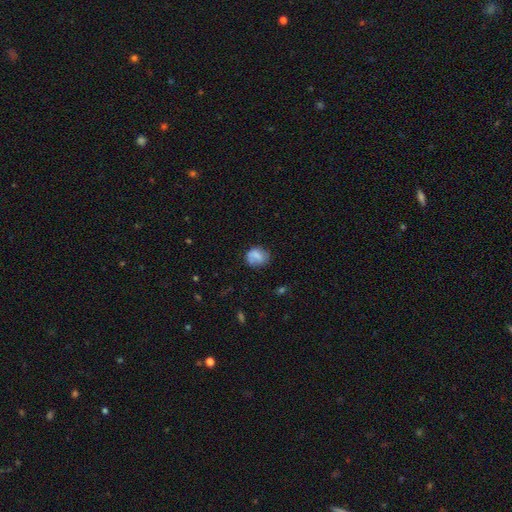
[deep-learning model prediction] This appears to be a smooth galaxy with no disk features (74%) that is round (66%). Merging: none (62%).